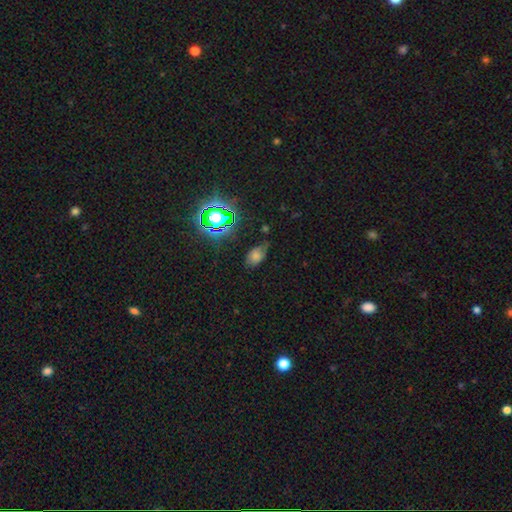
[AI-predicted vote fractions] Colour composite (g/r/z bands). It shows a smooth galaxy with no disk features (48%). Merging: none (64%).